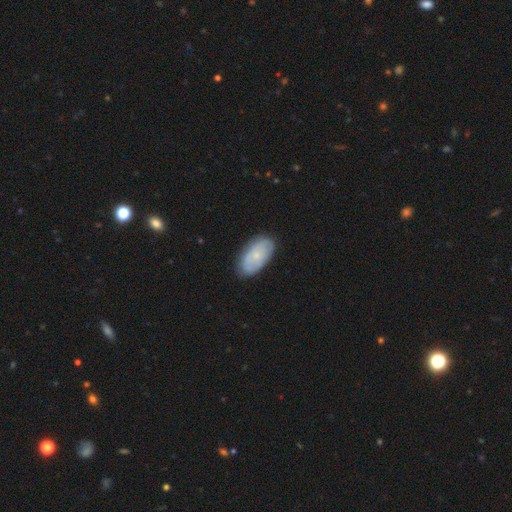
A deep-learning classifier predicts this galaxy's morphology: smooth-or-featured: smooth: 57% | featured or disk: 37% | star or artifact: 6%
  how-rounded: in between: 94% | round: 3% | cigar-shaped: 3%
  merging: none: 81% | minor disturbance: 15% | major disturbance: 3% | merger: 1%